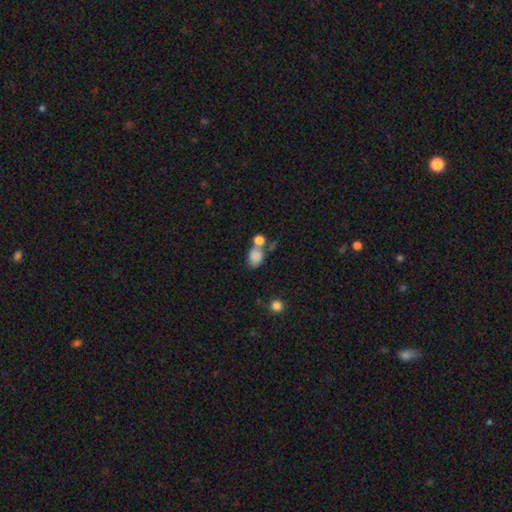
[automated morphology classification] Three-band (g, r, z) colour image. It shows a smooth galaxy with no disk features (82%) that is in between round and cigar-shaped (69%). Merging: merger (42%).